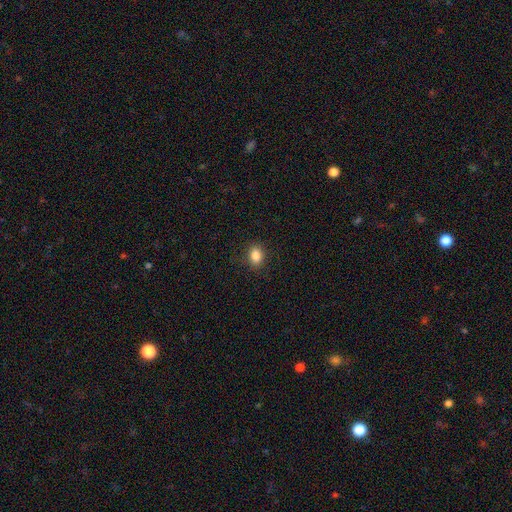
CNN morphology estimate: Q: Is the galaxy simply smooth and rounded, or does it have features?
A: smooth — 86%.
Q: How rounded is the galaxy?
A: in between — 65%.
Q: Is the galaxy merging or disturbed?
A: none — 87%.